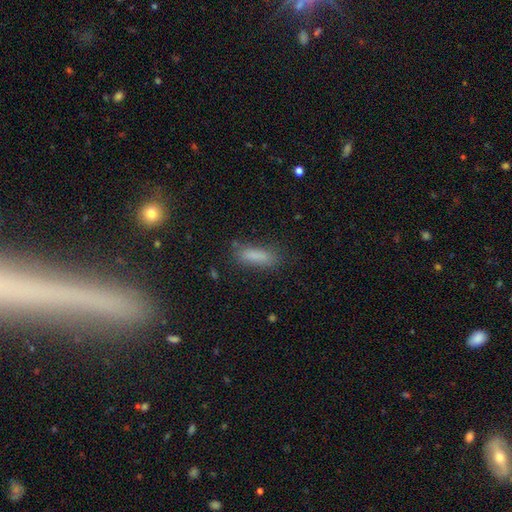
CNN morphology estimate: This is clearly a smooth galaxy (82%). How rounded: possibly cigar-shaped (52%). Merging: likely none (77%).